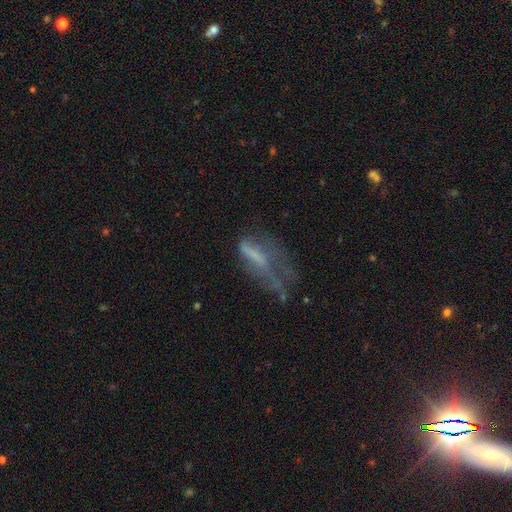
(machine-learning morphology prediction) Smooth or featured?
  - smooth: 43% *
  - featured or disk: 42%
  - star or artifact: 15%
Merging?
  - major disturbance: 48% *
  - none: 23%
  - minor disturbance: 22%
  - merger: 6%